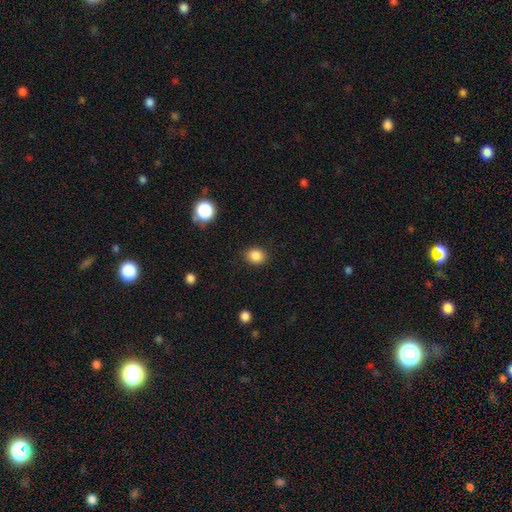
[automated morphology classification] This is clearly a smooth galaxy (86%). How rounded: possibly round (59%). Merging: clearly none (88%).